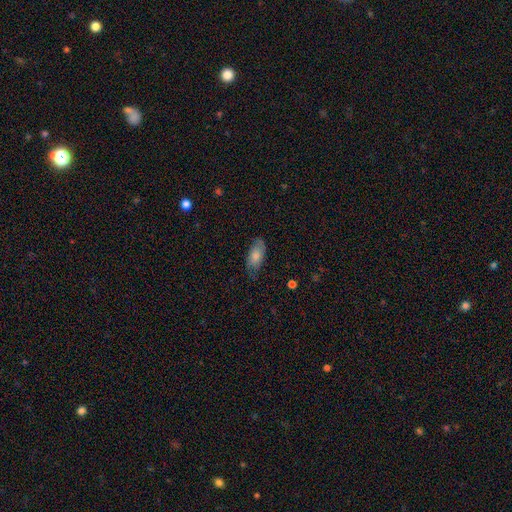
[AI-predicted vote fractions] Smooth or featured?
  - smooth: 67% *
  - featured or disk: 26%
  - star or artifact: 7%
How rounded?
  - in between: 90% *
  - cigar-shaped: 7%
  - round: 3%
Merging?
  - none: 67% *
  - minor disturbance: 25%
  - major disturbance: 6%
  - merger: 1%